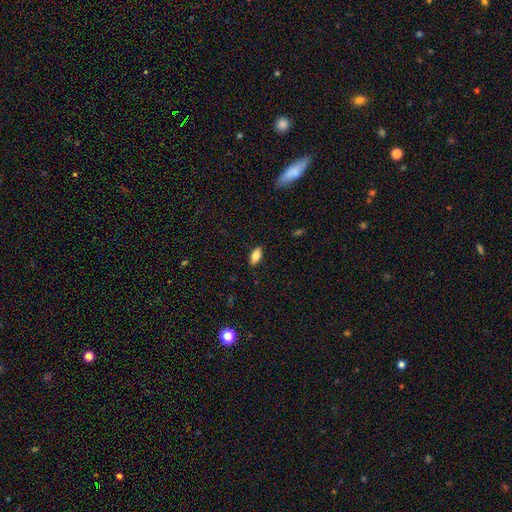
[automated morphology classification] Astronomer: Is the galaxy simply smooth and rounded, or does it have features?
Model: smooth — 79%.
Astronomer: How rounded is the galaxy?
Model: in between — 88%.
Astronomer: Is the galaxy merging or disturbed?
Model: none — 88%.